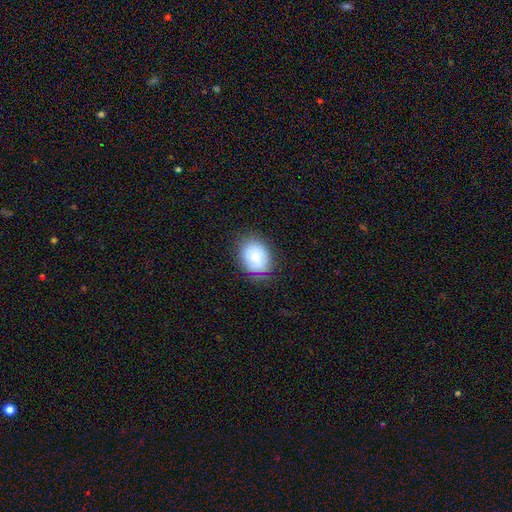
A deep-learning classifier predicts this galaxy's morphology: The model was most divided on "how rounded": in between: 63%, round: 36%, cigar-shaped: 1%. More confident: smooth or featured — smooth (80%); merging — none (77%).